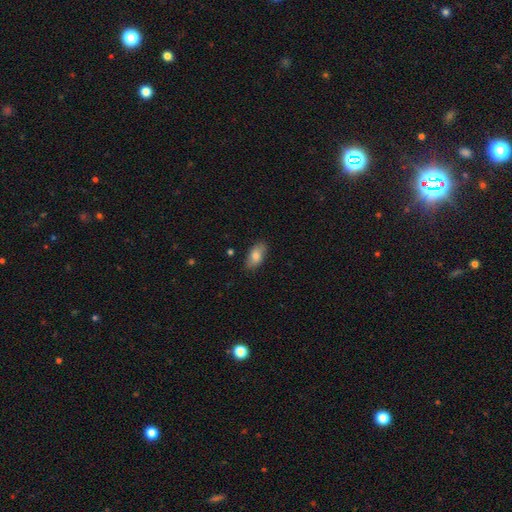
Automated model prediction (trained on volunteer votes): Morphology: type=smooth (78%); roundness=in between (92%); merging=none (84%).